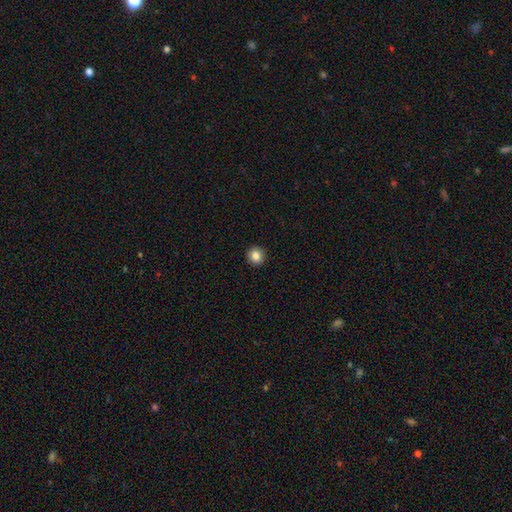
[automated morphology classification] Smooth or featured? smooth (85%)
How rounded? round (93%)
Merging? none (93%)